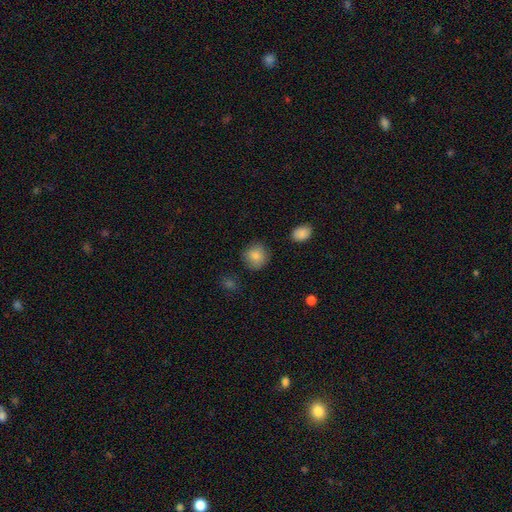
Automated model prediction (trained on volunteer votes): smooth-or-featured: smooth: 85% | star or artifact: 9% | featured or disk: 6%
  how-rounded: round: 88% | in between: 11% | cigar-shaped: 1%
  merging: none: 85% | minor disturbance: 11% | major disturbance: 3% | merger: 2%